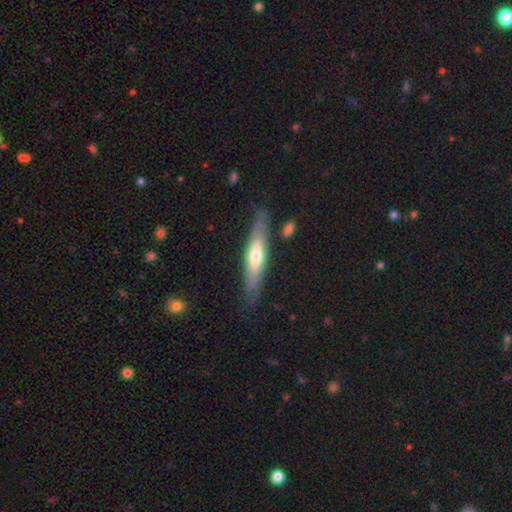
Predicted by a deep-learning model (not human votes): smooth-or-featured: smooth: 49% | featured or disk: 45% | star or artifact: 6%
  merging: none: 80% | minor disturbance: 14% | major disturbance: 4% | merger: 3%